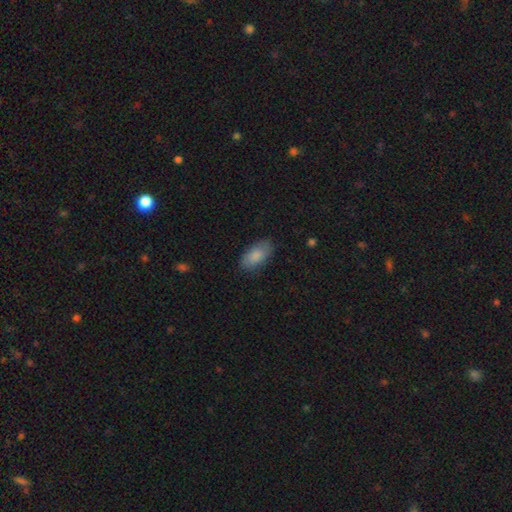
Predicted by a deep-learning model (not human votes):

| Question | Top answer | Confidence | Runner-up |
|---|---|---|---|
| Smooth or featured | smooth | 85% | featured or disk (9%) |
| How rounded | in between | 94% | cigar-shaped (4%) |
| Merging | none | 81% | minor disturbance (15%) |